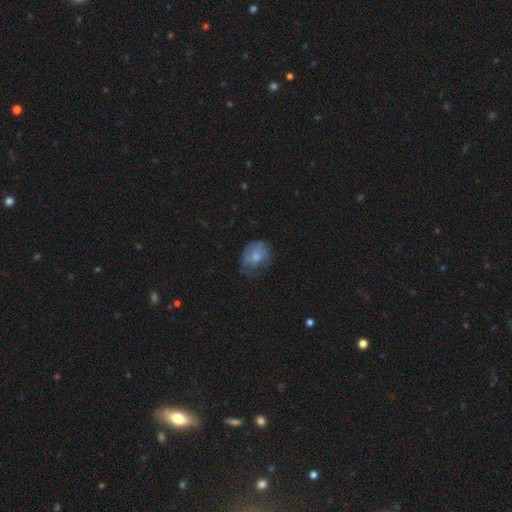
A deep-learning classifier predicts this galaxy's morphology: Smooth or featured?
  - smooth: 62% *
  - featured or disk: 30%
  - star or artifact: 8%
How rounded?
  - in between: 51% *
  - round: 48%
  - cigar-shaped: 1%
Merging?
  - none: 46% *
  - minor disturbance: 32%
  - major disturbance: 20%
  - merger: 2%